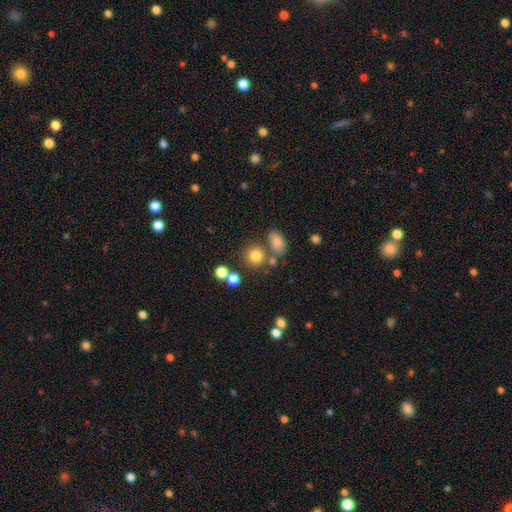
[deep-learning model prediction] A smooth galaxy with no disk features (78%) that is round (84%). Merging: none (69%).